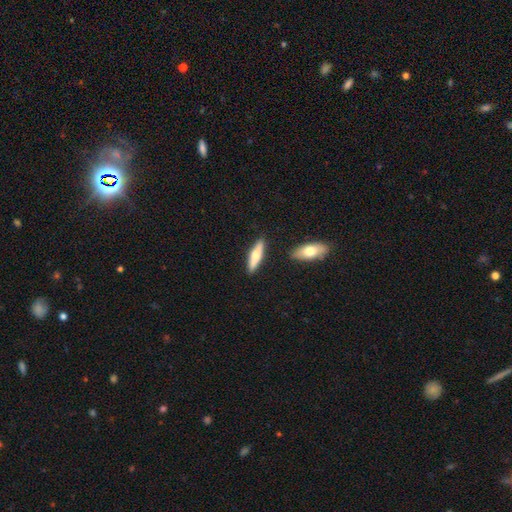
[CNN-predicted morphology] Overall: smooth (53%; featured or disk 41%). How rounded: cigar-shaped (74%). Merging: none (86%).